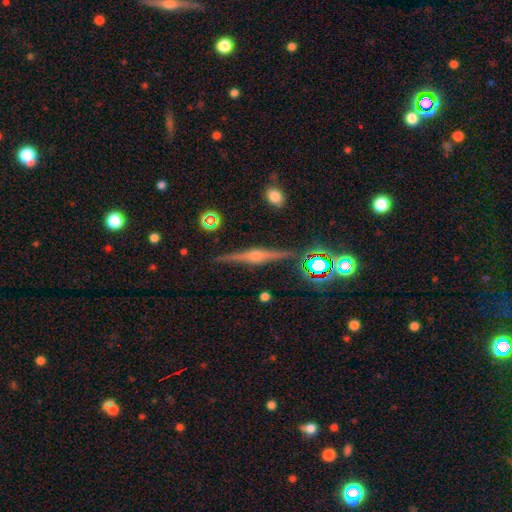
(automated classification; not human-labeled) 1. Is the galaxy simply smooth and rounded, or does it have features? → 81% featured or disk, 10% star or artifact, 9% smooth.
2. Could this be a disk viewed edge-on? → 98% yes, 2% no.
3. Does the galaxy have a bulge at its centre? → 88% rounded, 8% boxy, 4% none.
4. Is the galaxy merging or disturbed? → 90% none, 7% minor disturbance, 2% merger, 2% major disturbance.